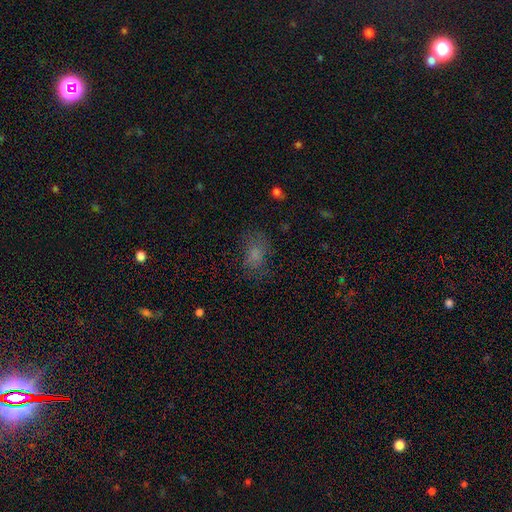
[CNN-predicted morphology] Smooth or featured: smooth — 69% (star or artifact — 16%)
How rounded: in between — 79% (round — 19%)
Merging: none — 65% (minor disturbance — 20%)